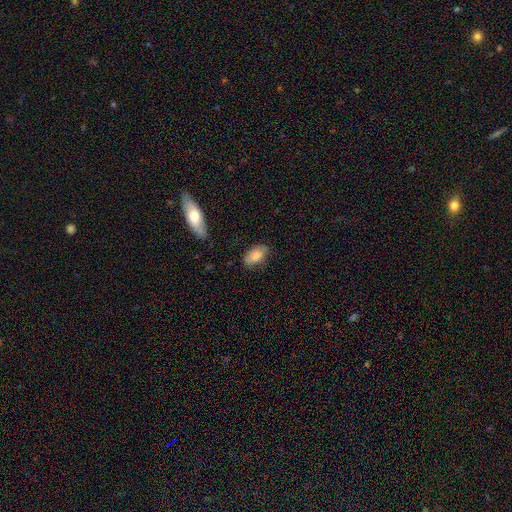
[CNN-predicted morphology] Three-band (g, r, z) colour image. It shows a smooth galaxy with no disk features (83%) that is in between round and cigar-shaped (93%). Merging: none (80%).